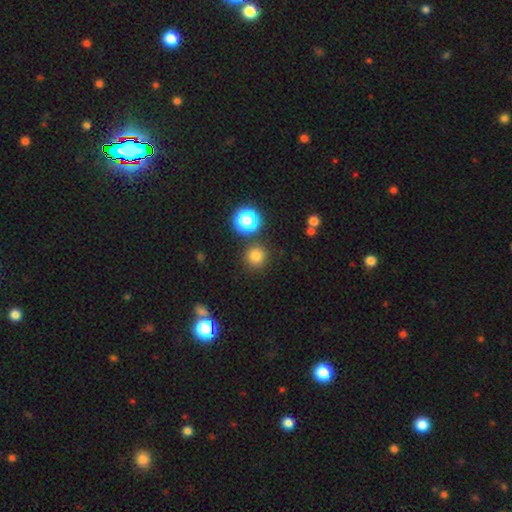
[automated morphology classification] smooth_or_featured: smooth (p=0.77) [alt: star or artifact p=0.17]
how_rounded: round (p=0.94) [alt: in between p=0.05]
merging: none (p=0.87) [alt: minor disturbance p=0.07]